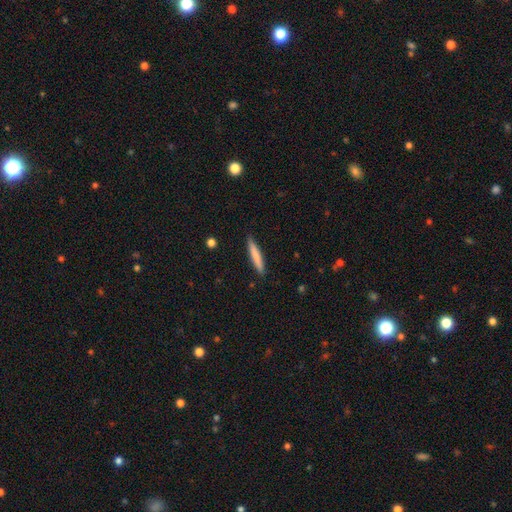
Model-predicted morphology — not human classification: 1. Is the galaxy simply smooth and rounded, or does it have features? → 74% smooth, 21% featured or disk, 5% star or artifact.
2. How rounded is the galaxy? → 94% cigar-shaped, 5% in between, 1% round.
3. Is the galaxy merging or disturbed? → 89% none, 8% minor disturbance, 2% major disturbance, 1% merger.